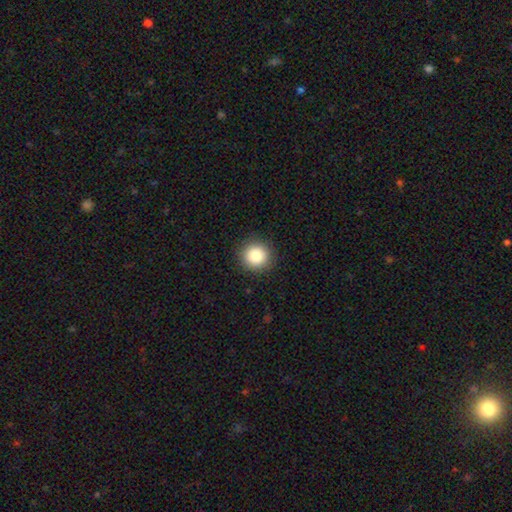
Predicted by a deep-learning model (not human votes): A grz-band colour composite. It shows a smooth galaxy with no disk features (85%) that is round (94%). Merging: none (91%).